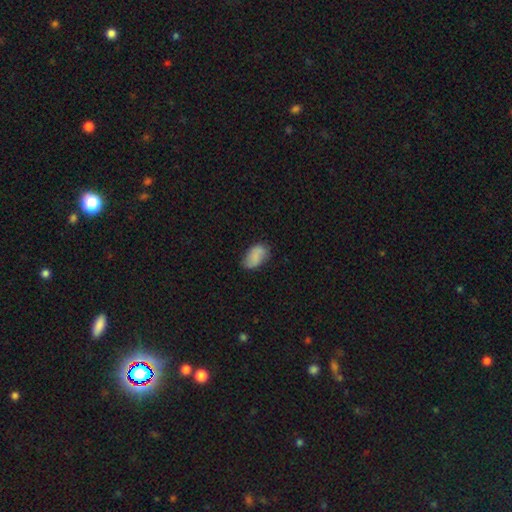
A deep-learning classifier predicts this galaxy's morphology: This appears to be a smooth galaxy with no disk features (75%) that is in between round and cigar-shaped (92%). Merging: none (68%).